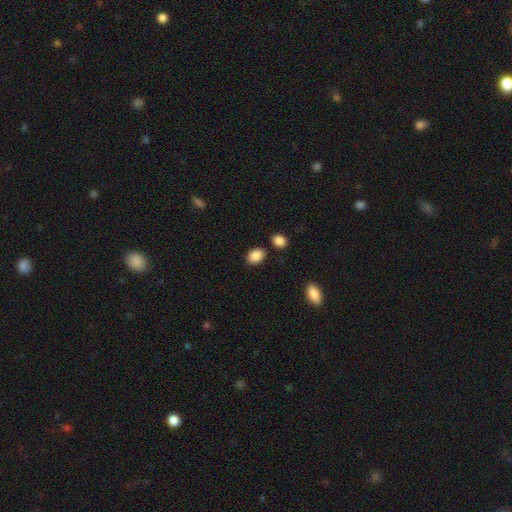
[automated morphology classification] Smooth or featured?
  - smooth: 89% *
  - star or artifact: 8%
  - featured or disk: 4%
How rounded?
  - in between: 76% *
  - round: 23%
  - cigar-shaped: 1%
Merging?
  - none: 82% *
  - minor disturbance: 10%
  - merger: 5%
  - major disturbance: 3%